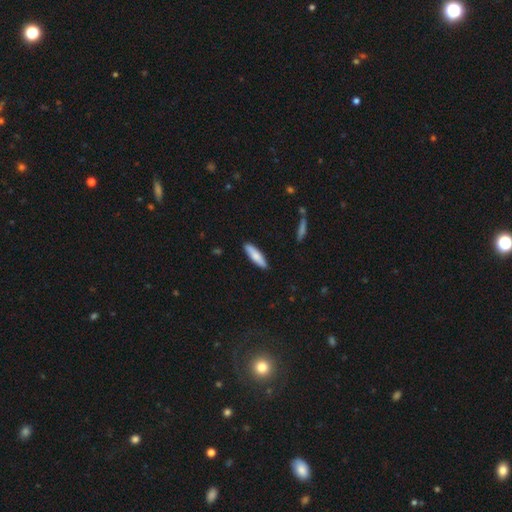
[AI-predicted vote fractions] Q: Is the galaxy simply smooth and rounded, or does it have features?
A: smooth — 79%.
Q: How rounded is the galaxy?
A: cigar-shaped — 71%.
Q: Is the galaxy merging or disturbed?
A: none — 89%.